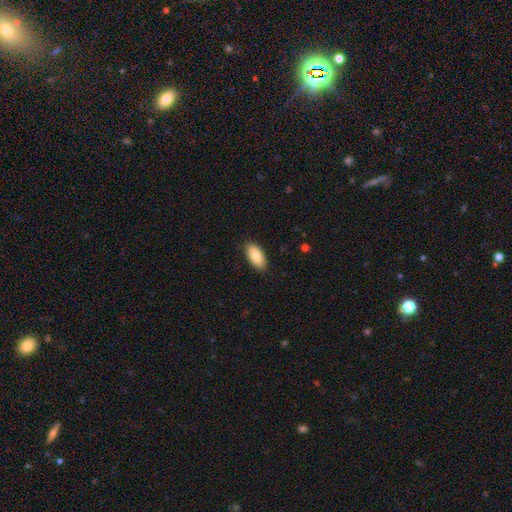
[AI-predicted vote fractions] Q: Smooth or featured?
A: smooth (86%); runner-up: featured or disk (8%)
Q: How rounded?
A: in between (92%); runner-up: cigar-shaped (6%)
Q: Merging?
A: none (89%); runner-up: minor disturbance (9%)